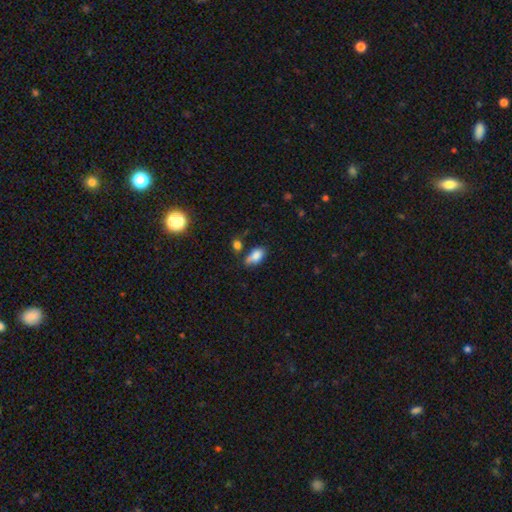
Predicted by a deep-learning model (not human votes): Morphology: type=smooth (83%); roundness=in between (90%); merging=none (52%).